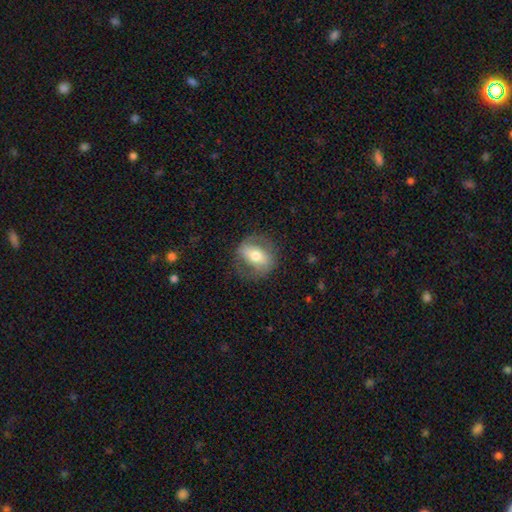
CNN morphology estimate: smooth-or-featured: featured or disk: 51% | smooth: 43% | star or artifact: 7%
  disk-edge-on: no: 92% | yes: 8%
  merging: none: 71% | minor disturbance: 17% | major disturbance: 11% | merger: 1%